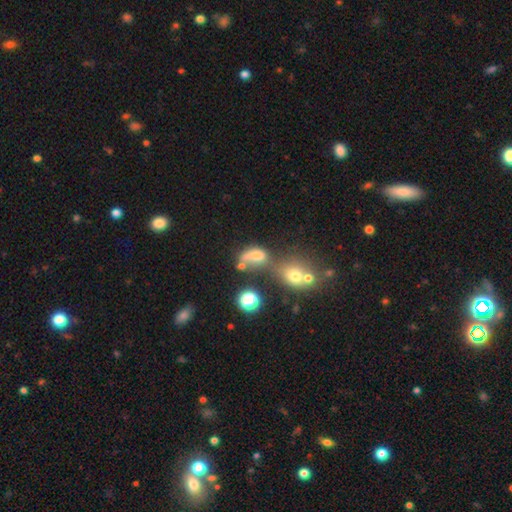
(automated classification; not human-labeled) Morphology: type=smooth (56%); roundness=in between (68%); merging=merger (43%).